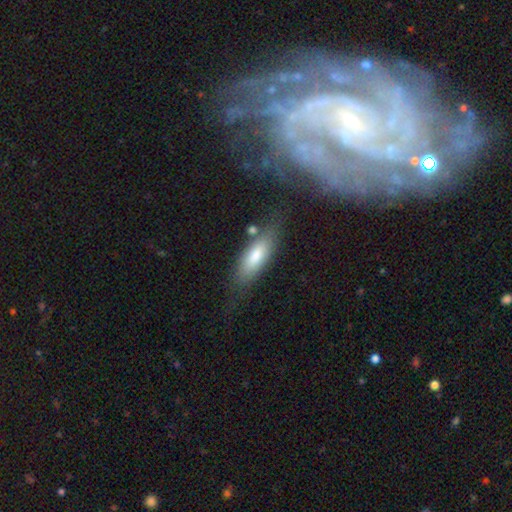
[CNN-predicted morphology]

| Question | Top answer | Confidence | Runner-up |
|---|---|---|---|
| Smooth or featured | smooth | 76% | featured or disk (17%) |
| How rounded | in between | 67% | cigar-shaped (31%) |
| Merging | none | 68% | minor disturbance (18%) |